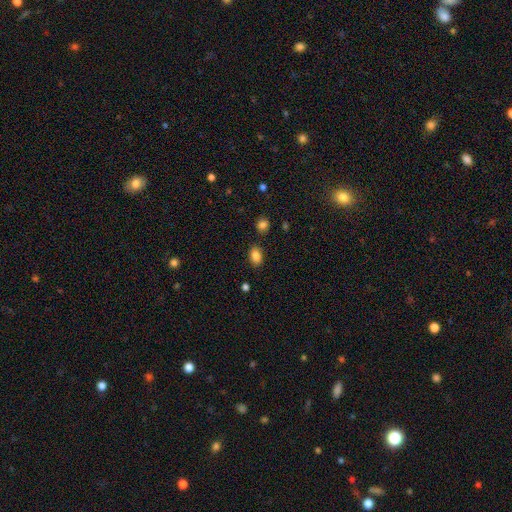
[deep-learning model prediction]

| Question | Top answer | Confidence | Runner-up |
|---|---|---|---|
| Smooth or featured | smooth | 85% | star or artifact (10%) |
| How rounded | in between | 81% | round (17%) |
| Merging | none | 84% | minor disturbance (10%) |